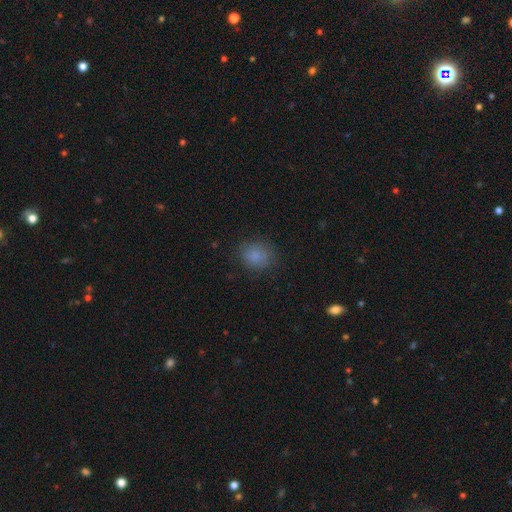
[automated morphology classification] This is clearly a smooth galaxy (83%). How rounded: likely round (71%). Merging: likely none (80%).